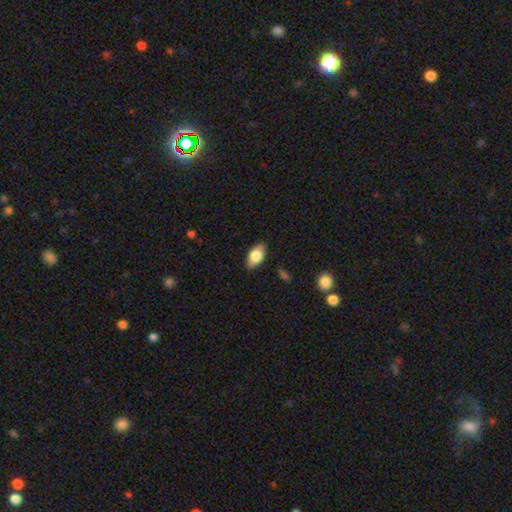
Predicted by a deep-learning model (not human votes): smooth-or-featured: smooth: 76% | featured or disk: 17% | star or artifact: 7%
  how-rounded: in between: 91% | cigar-shaped: 5% | round: 5%
  merging: none: 86% | minor disturbance: 11% | major disturbance: 2% | merger: 1%